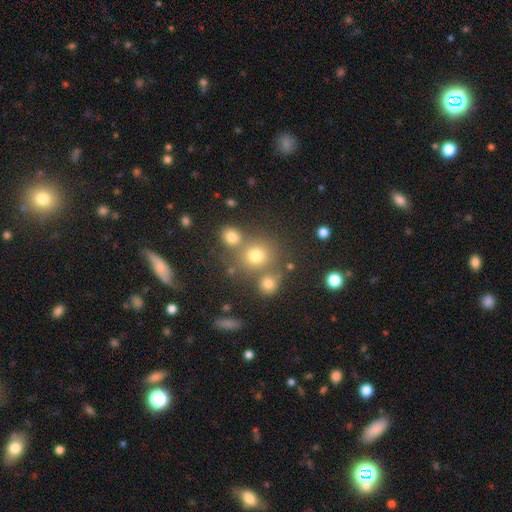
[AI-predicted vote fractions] Smooth or featured?
  - smooth: 72% *
  - star or artifact: 18%
  - featured or disk: 10%
How rounded?
  - round: 84% *
  - in between: 15%
  - cigar-shaped: 1%
Merging?
  - none: 63% *
  - merger: 24%
  - minor disturbance: 9%
  - major disturbance: 4%